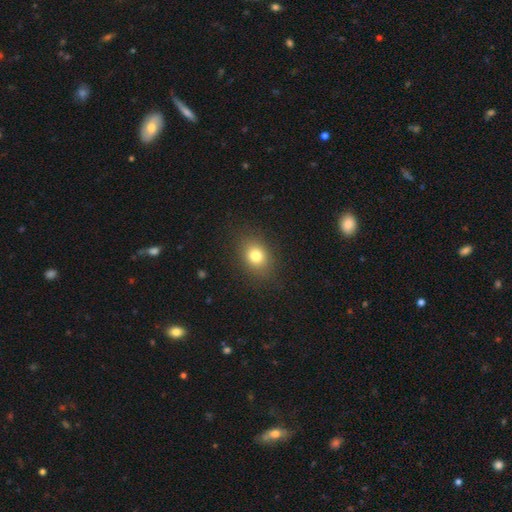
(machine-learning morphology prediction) A smooth galaxy with no disk features (79%) that is in between round and cigar-shaped (51%). Merging: none (86%).